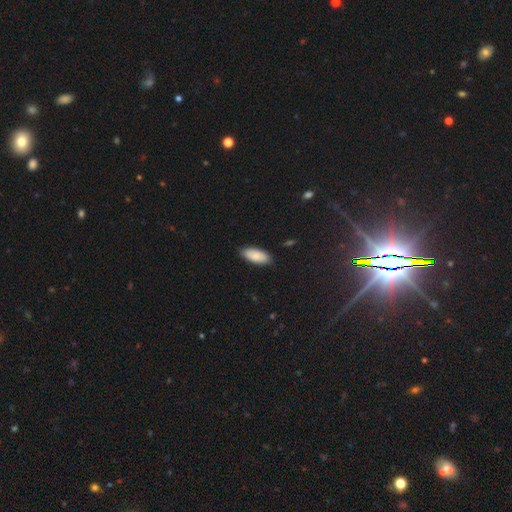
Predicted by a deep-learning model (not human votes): Smooth or featured? Predicted: smooth (p=0.86). How rounded? Predicted: in between (p=0.88). Merging? Predicted: none (p=0.86).